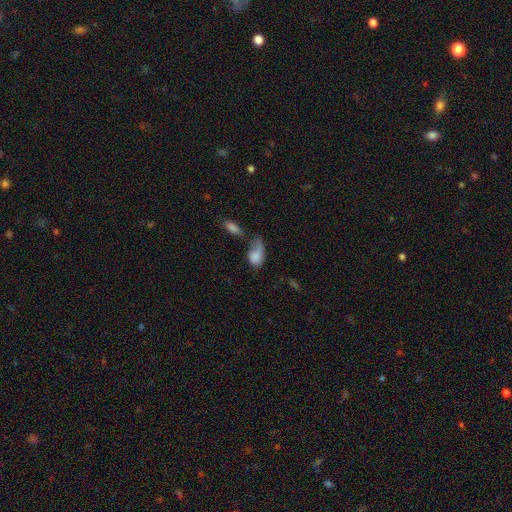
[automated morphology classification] smooth-or-featured: smooth: 76% | featured or disk: 15% | star or artifact: 9%
  how-rounded: in between: 87% | round: 10% | cigar-shaped: 3%
  merging: major disturbance: 32% | merger: 24% | none: 22% | minor disturbance: 21%